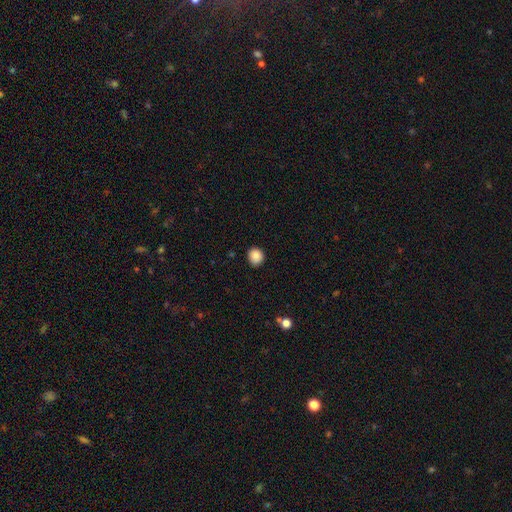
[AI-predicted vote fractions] Smooth or featured? smooth (88%)
How rounded? round (82%)
Merging? none (89%)